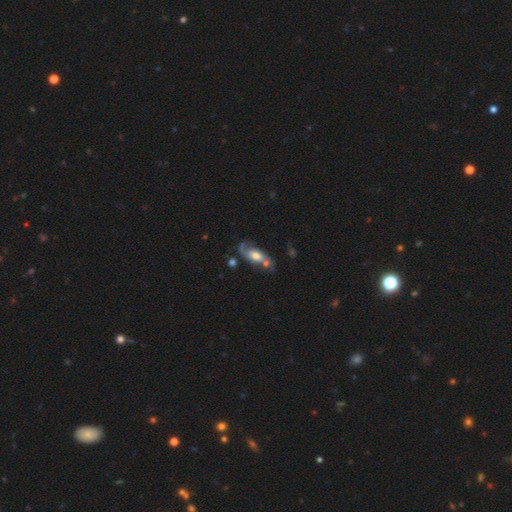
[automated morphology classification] Smooth or featured? Predicted: featured or disk (p=0.64). Edge-on disk? Predicted: no (p=0.88). Bar? Predicted: no (p=0.62). Spiral arms? Predicted: yes (p=0.83). Bulge size? Predicted: moderate (p=0.53). Merging? Predicted: none (p=0.45).